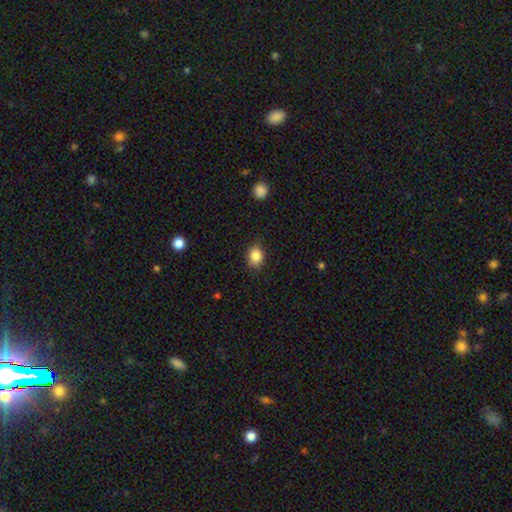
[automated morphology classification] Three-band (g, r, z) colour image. It shows a smooth galaxy with no disk features (85%) that is round (49%, tied with in between). Merging: none (82%).